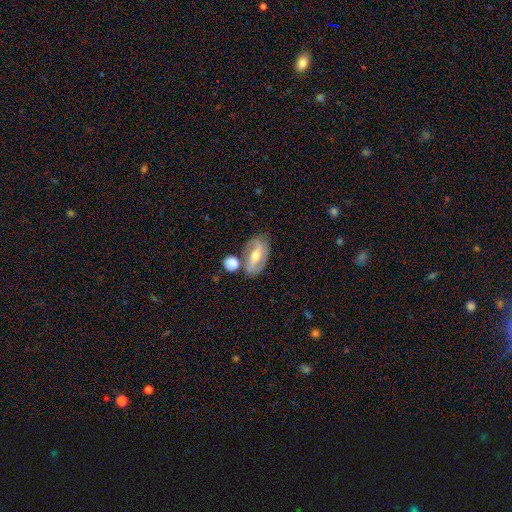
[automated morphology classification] Smooth or featured? Predicted: featured or disk (p=0.74). Edge-on disk? Predicted: no (p=0.93). Bar? Predicted: strong (p=0.43). Spiral arms? Predicted: yes (p=0.85). Spiral winding? Predicted: medium (p=0.45). Spiral arm count? Predicted: 2 (p=0.81). Bulge size? Predicted: moderate (p=0.69). Merging? Predicted: none (p=0.61).